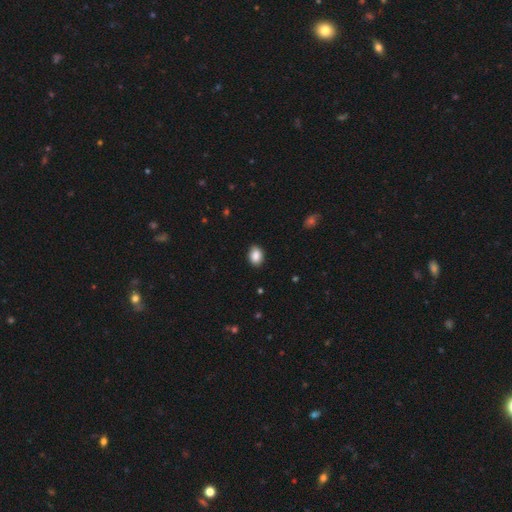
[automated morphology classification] This appears to be a smooth galaxy with no disk features (88%) that is in between round and cigar-shaped (73%). Merging: none (88%).